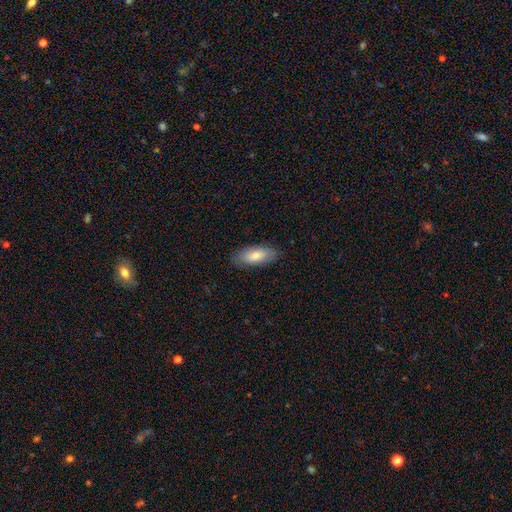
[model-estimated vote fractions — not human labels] Overall: smooth (75%). How rounded: in between (80%). Merging: none (85%).